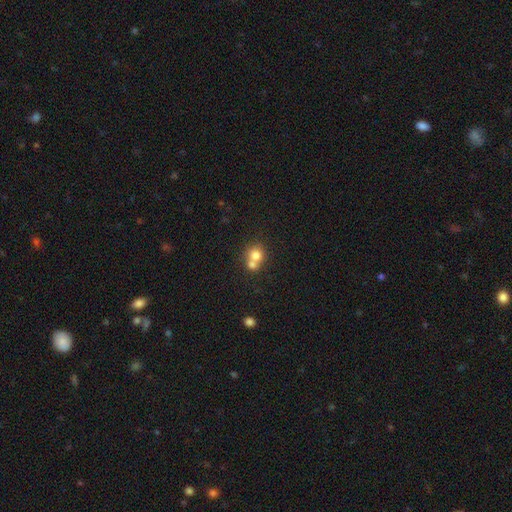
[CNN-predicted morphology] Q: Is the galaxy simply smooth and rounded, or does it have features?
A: smooth — 75%.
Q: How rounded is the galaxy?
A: round — 84%.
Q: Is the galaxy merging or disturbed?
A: merger — 56%.